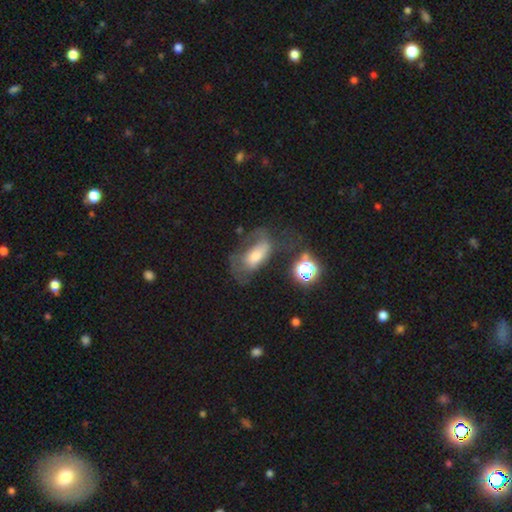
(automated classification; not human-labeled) A smooth galaxy with no disk features (46%). Merging: major disturbance (41%).